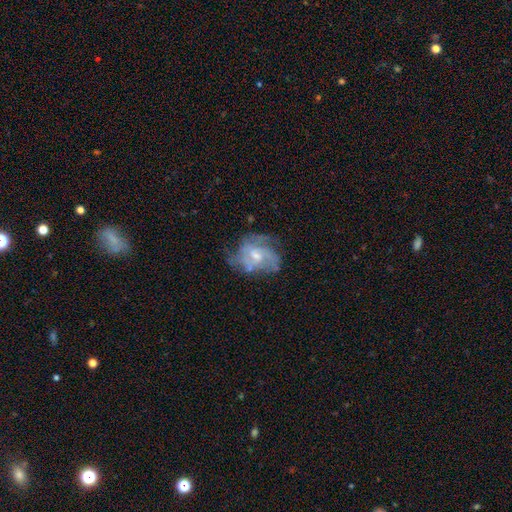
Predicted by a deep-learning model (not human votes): A featured or disk galaxy (75%) with a weak bar (47%), medium (44%) spiral arms (79%) and a moderate central bulge (45%). Merging: none (50%).